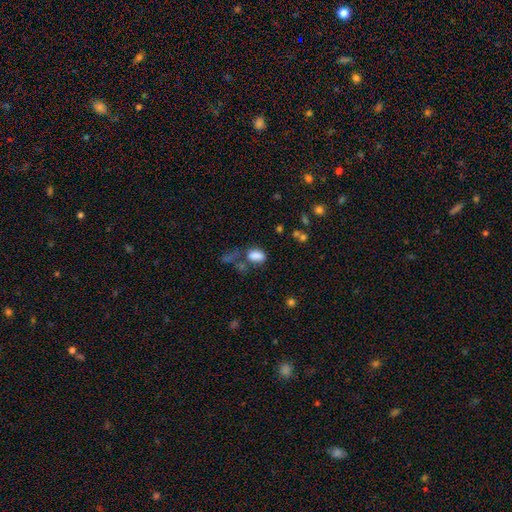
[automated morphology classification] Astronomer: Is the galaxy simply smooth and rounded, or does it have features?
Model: smooth — 83%.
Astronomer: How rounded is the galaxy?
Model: in between — 89%.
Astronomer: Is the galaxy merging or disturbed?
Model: none — 55%.